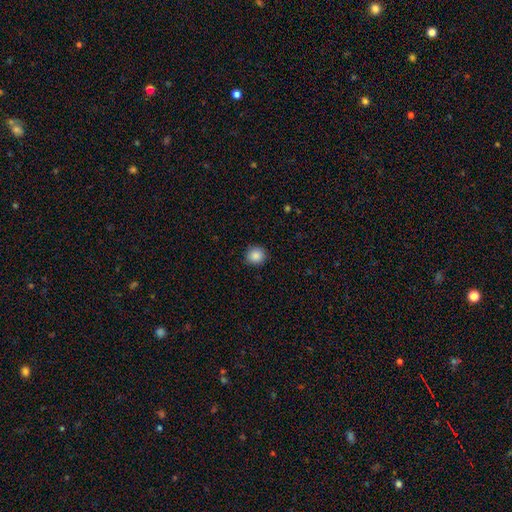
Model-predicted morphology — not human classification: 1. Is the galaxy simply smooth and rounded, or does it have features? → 88% smooth, 9% star or artifact, 3% featured or disk.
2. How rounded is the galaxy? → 91% round, 8% in between, 1% cigar-shaped.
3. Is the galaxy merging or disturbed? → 90% none, 7% minor disturbance, 2% major disturbance, 1% merger.